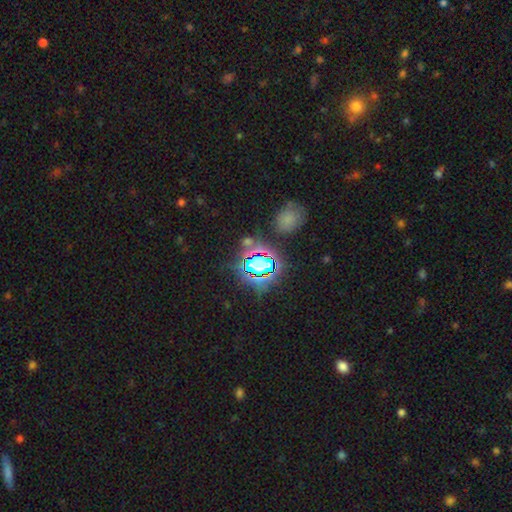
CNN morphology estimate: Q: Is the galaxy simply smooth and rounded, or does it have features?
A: star or artifact — 79%.